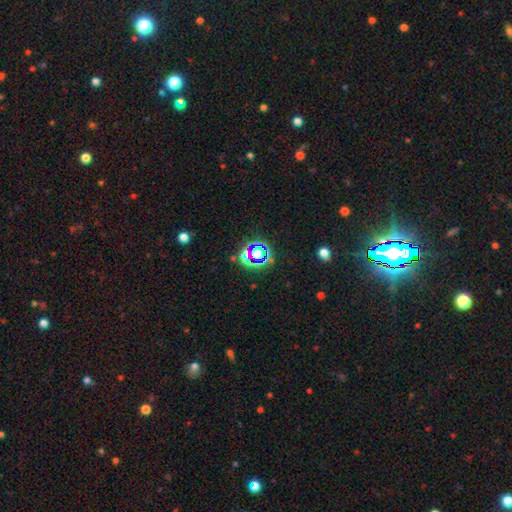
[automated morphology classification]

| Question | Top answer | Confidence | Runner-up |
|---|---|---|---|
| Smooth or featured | star or artifact | 63% | smooth (26%) |